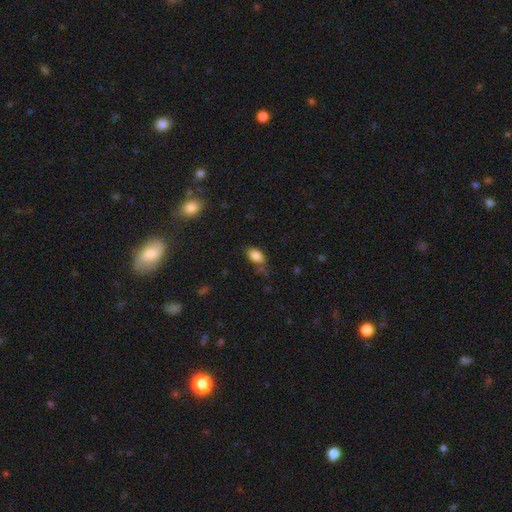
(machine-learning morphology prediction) Smooth or featured? Predicted: smooth (p=0.84). How rounded? Predicted: in between (p=0.87). Merging? Predicted: none (p=0.58).